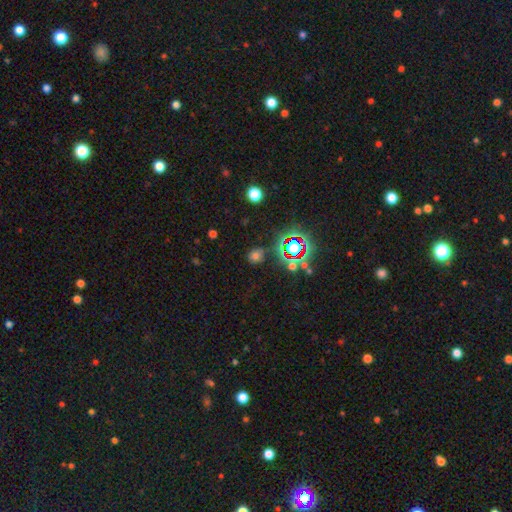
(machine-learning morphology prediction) smooth 59%, star or artifact 34%, featured or disk 8%. Down the decision tree: how rounded — round (77%); merging — none (79%).